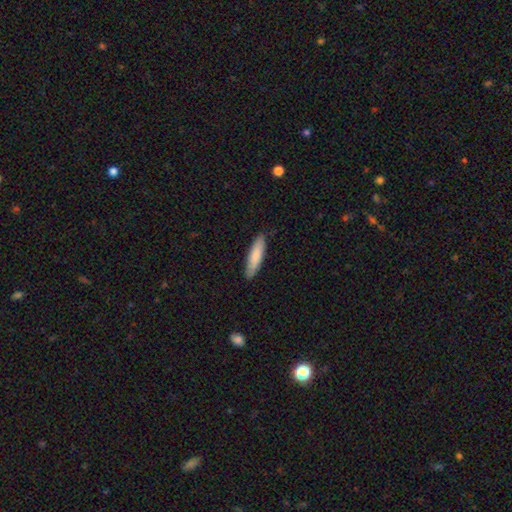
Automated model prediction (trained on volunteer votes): Smooth or featured?
  - smooth: 83% *
  - featured or disk: 12%
  - star or artifact: 5%
How rounded?
  - cigar-shaped: 73% *
  - in between: 25%
  - round: 1%
Merging?
  - none: 88% *
  - minor disturbance: 10%
  - major disturbance: 2%
  - merger: 1%